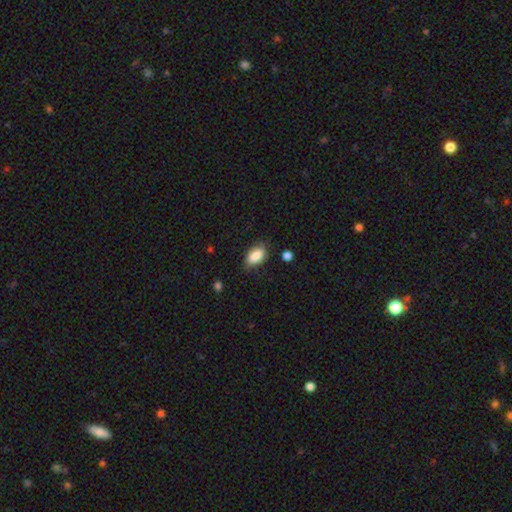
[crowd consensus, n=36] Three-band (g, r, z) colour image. It shows a smooth galaxy with no disk features (92%) that is in between round and cigar-shaped (94%). Merging: none (69%).